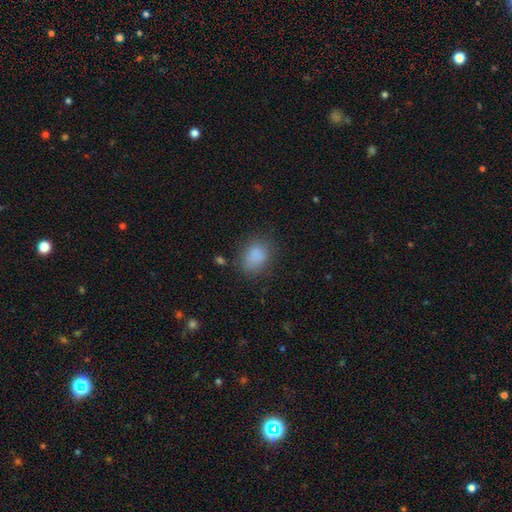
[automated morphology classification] The model was most divided on "how rounded": in between: 61%, round: 38%, cigar-shaped: 1%. More confident: smooth or featured — smooth (83%); merging — none (71%).